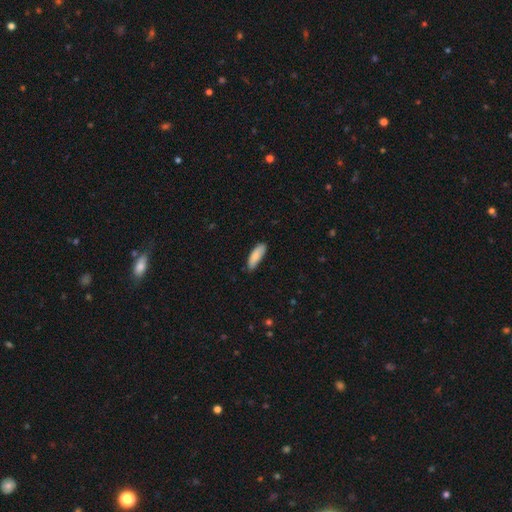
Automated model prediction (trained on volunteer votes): smooth_or_featured: smooth (p=0.87) [alt: featured or disk p=0.07]
how_rounded: in between (p=0.57) [alt: cigar-shaped p=0.41]
merging: none (p=0.76) [alt: minor disturbance p=0.20]